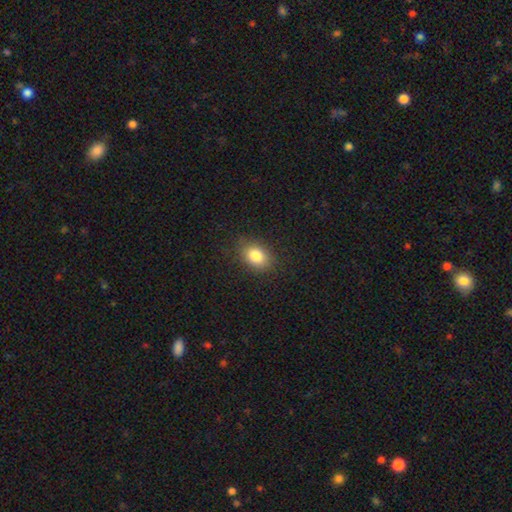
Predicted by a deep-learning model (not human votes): The model was most divided on "how rounded": in between: 70%, round: 29%, cigar-shaped: 1%. More confident: merging — none (85%); smooth or featured — smooth (83%).